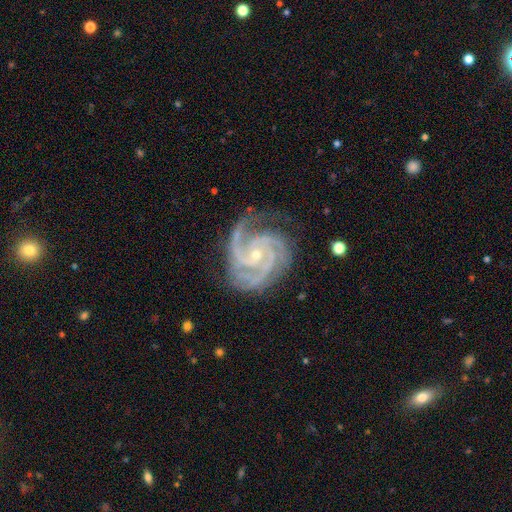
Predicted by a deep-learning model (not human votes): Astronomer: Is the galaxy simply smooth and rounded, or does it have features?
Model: featured or disk — 93%.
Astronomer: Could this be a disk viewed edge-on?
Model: no — 98%.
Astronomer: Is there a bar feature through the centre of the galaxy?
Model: no — 66%.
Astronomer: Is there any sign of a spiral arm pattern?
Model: yes — 99%.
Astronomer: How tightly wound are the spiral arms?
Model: tight — 64%.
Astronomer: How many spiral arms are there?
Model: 3 — 52%.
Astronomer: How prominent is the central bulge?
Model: small — 75%.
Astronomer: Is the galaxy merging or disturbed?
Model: none — 73%.